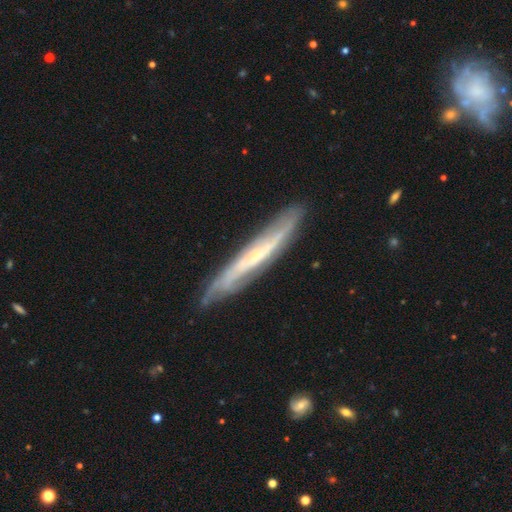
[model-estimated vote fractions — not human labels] featured or disk 74%, smooth 20%, star or artifact 6%. Down the decision tree: edge-on disk — yes (66%); merging — none (80%).